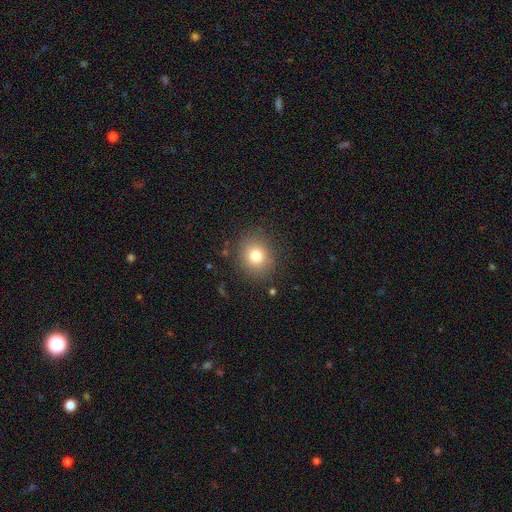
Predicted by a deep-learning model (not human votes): Smooth or featured: smooth — 78% (star or artifact — 13%)
How rounded: round — 81% (in between — 19%)
Merging: none — 87% (minor disturbance — 8%)